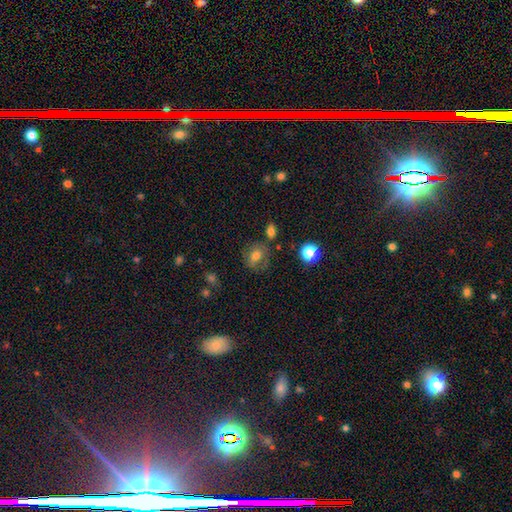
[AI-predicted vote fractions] Smooth or featured: smooth — 68% (featured or disk — 20%)
How rounded: round — 59% (in between — 39%)
Merging: none — 65% (minor disturbance — 20%)